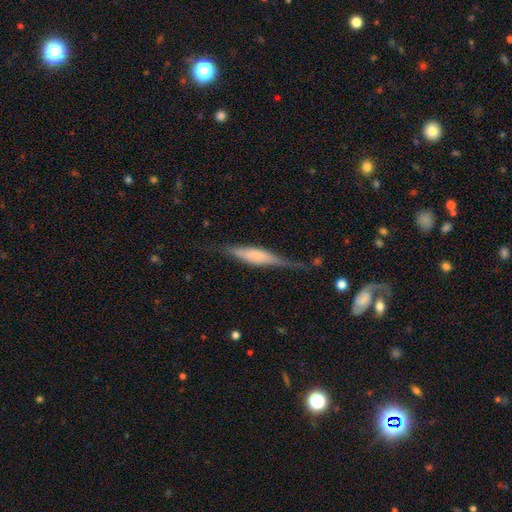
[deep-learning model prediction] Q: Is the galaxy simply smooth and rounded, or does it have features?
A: featured or disk — 59%.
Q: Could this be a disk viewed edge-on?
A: yes — 94%.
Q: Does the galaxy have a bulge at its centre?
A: rounded — 45%.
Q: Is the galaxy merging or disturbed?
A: none — 69%.